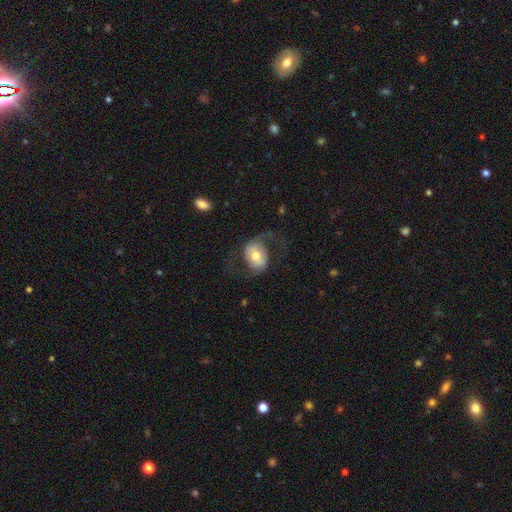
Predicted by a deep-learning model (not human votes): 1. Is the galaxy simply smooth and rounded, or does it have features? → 62% featured or disk, 31% smooth, 7% star or artifact.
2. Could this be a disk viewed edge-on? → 96% no, 4% yes.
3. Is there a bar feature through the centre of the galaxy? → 47% no, 34% weak, 19% strong.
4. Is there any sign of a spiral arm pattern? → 81% yes, 19% no.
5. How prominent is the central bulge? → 69% moderate, 17% small, 11% large, 2% dominant, 1% none.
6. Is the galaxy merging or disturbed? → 62% none, 21% major disturbance, 16% minor disturbance, 2% merger.